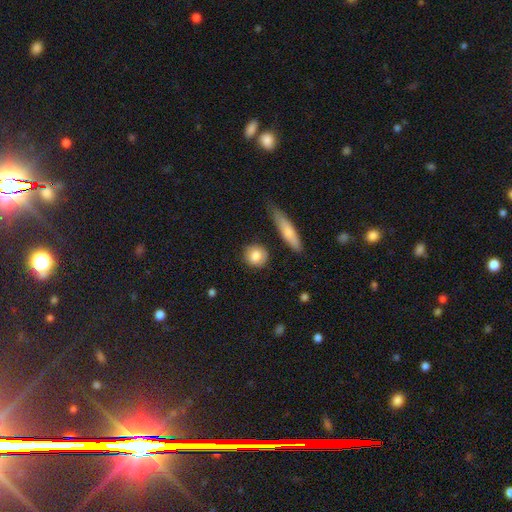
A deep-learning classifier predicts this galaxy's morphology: A smooth galaxy with no disk features (83%) that is round (80%).

Vote fractions:
- Smooth or featured? smooth: 83% / featured or disk: 10% / star or artifact: 7%
- How rounded? round: 80% / in between: 16% / cigar-shaped: 4%
- Merging? none: 84% / minor disturbance: 10% / merger: 3% / major disturbance: 3%